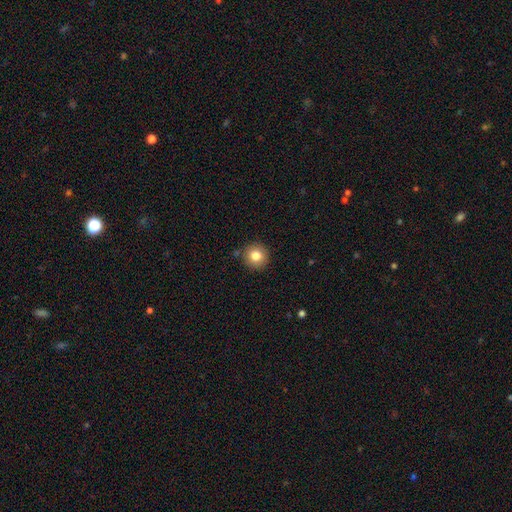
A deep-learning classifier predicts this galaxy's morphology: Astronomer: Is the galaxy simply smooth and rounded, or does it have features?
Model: smooth — 81%.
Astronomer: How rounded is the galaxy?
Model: round — 94%.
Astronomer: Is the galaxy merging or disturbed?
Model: none — 88%.